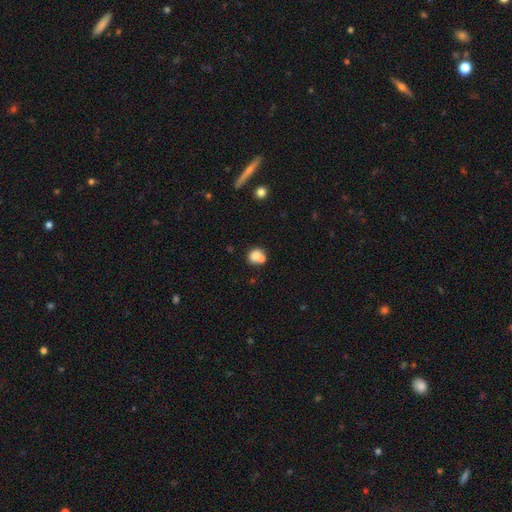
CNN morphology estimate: Smooth or featured? smooth (76%)
How rounded? round (75%)
Merging? merger (44%)